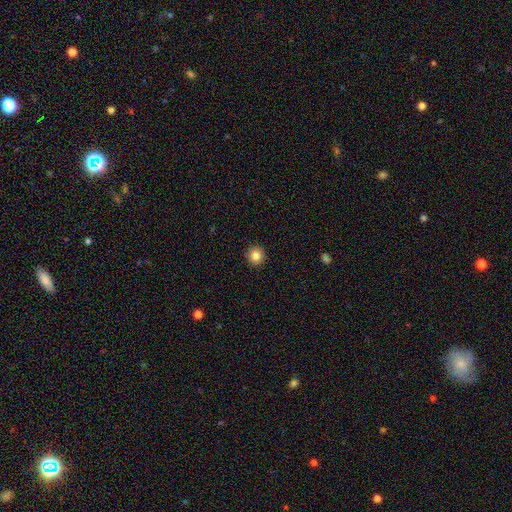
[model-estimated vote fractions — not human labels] Morphology: type=smooth (84%); roundness=round (94%); merging=none (93%).